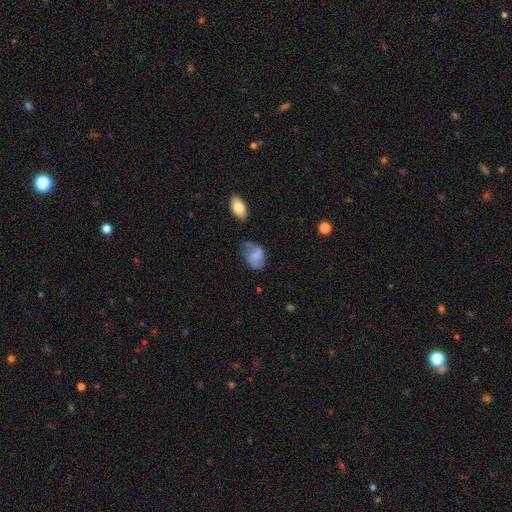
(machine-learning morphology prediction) type=smooth (50%); merging=none (46%).